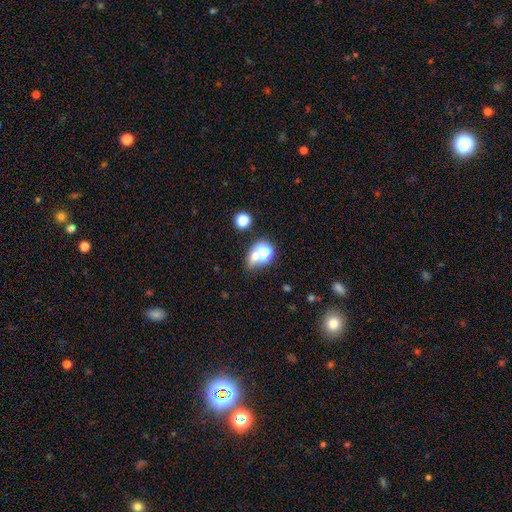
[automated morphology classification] smooth 56%, star or artifact 31%, featured or disk 13%. Down the decision tree: how rounded — round (61%); merging — none (52%).